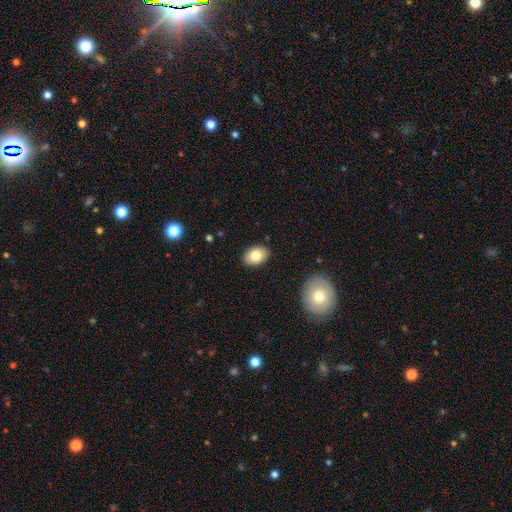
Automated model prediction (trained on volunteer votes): Q: Smooth or featured?
A: smooth (81%); runner-up: featured or disk (12%)
Q: How rounded?
A: in between (84%); runner-up: round (15%)
Q: Merging?
A: none (88%); runner-up: minor disturbance (9%)